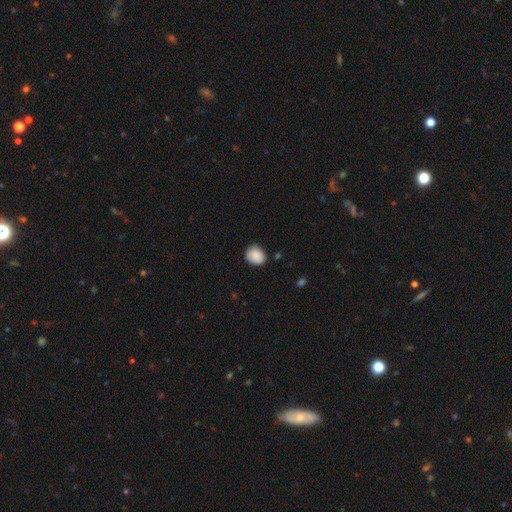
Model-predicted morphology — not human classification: smooth_or_featured: smooth (p=0.87) [alt: star or artifact p=0.08]
how_rounded: round (p=0.60) [alt: in between p=0.39]
merging: none (p=0.74) [alt: minor disturbance p=0.21]